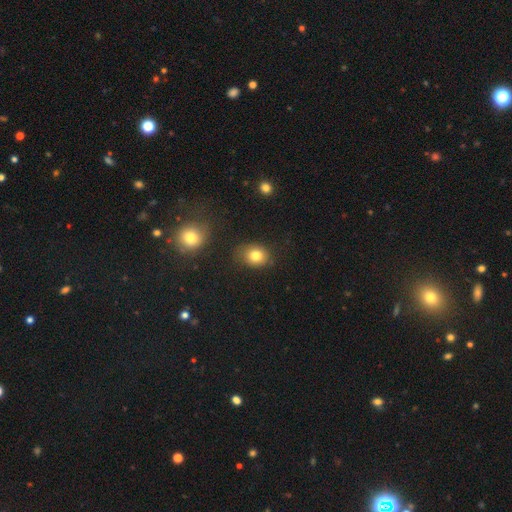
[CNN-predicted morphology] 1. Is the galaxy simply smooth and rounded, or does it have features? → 80% smooth, 11% star or artifact, 9% featured or disk.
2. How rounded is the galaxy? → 52% round, 47% in between, 1% cigar-shaped.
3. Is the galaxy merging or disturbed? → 77% none, 16% minor disturbance, 4% major disturbance, 3% merger.